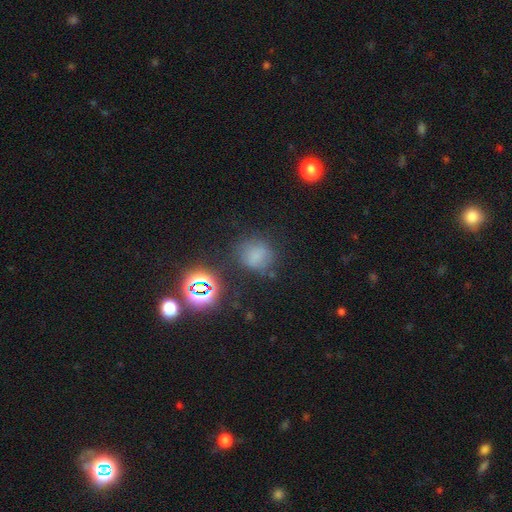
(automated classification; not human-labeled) smooth 64%, star or artifact 25%, featured or disk 11%. Down the decision tree: how rounded — round (74%); merging — none (66%).